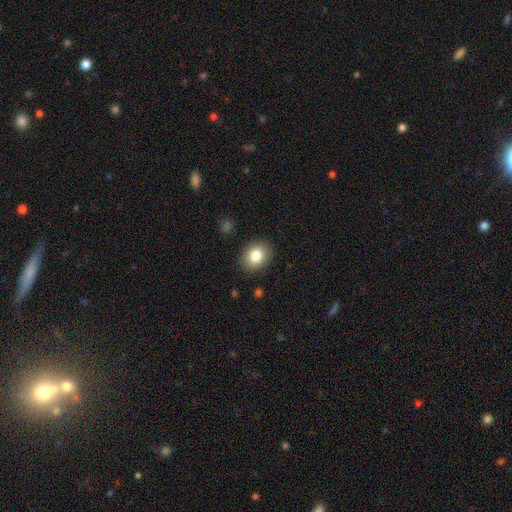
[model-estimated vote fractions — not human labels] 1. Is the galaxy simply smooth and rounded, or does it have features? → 83% smooth, 9% star or artifact, 8% featured or disk.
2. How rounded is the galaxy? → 55% in between, 44% round, 1% cigar-shaped.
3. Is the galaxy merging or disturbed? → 88% none, 9% minor disturbance, 3% major disturbance, 1% merger.